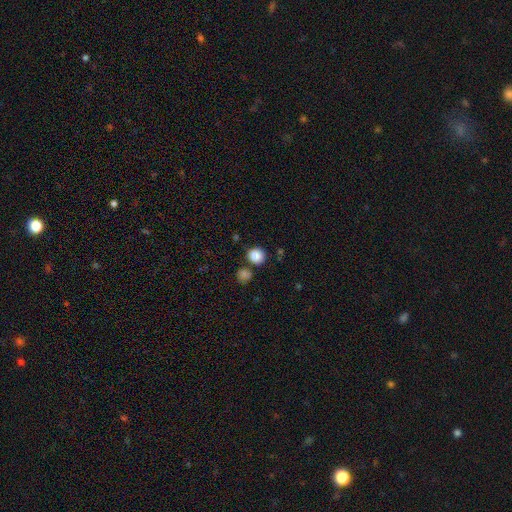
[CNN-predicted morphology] Smooth or featured? Predicted: smooth (p=0.86). How rounded? Predicted: round (p=0.87). Merging? Predicted: none (p=0.78).